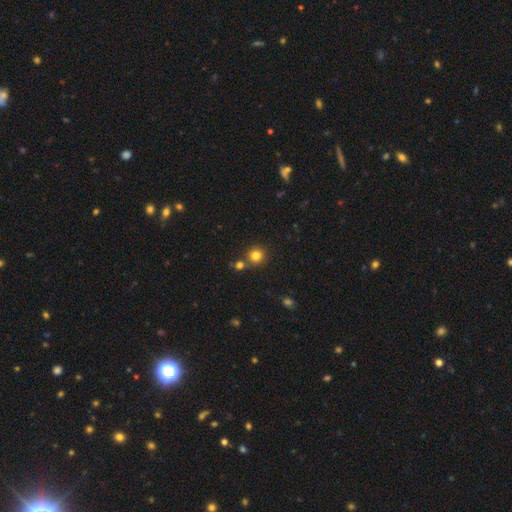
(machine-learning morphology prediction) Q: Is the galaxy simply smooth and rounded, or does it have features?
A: smooth — 82%.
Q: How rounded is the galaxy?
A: round — 91%.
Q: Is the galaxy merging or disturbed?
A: none — 73%.